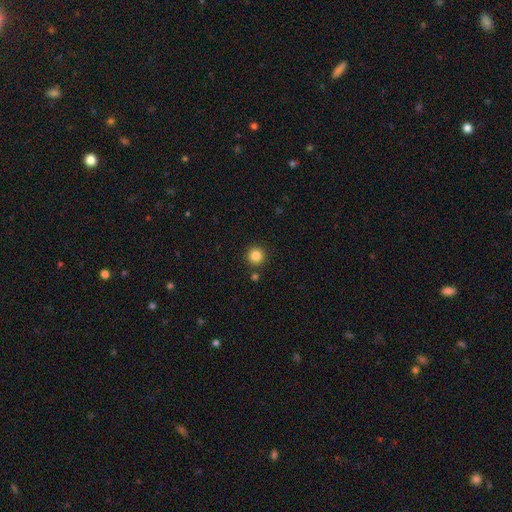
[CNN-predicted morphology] This is clearly a smooth galaxy (85%). How rounded: clearly round (95%). Merging: clearly none (89%).